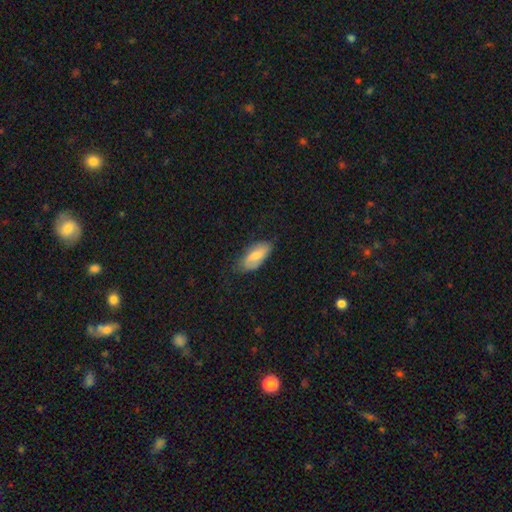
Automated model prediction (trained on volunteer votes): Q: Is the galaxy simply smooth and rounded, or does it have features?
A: smooth — 69%.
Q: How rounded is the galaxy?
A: in between — 89%.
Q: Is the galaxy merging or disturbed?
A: none — 70%.